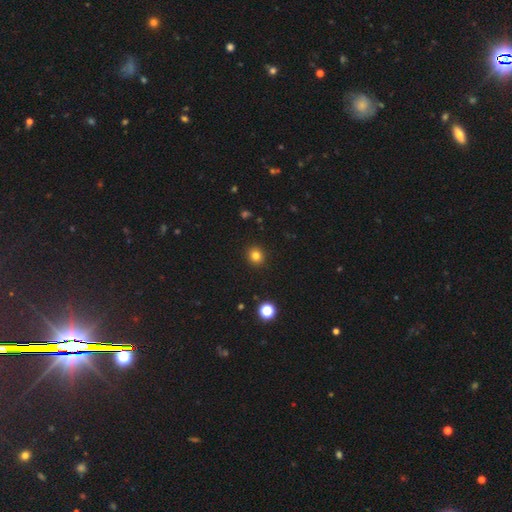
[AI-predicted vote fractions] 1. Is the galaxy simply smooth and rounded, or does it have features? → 81% smooth, 13% star or artifact, 5% featured or disk.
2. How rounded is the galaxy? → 88% round, 11% in between, 1% cigar-shaped.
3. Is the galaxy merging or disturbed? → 92% none, 5% minor disturbance, 2% major disturbance, 1% merger.